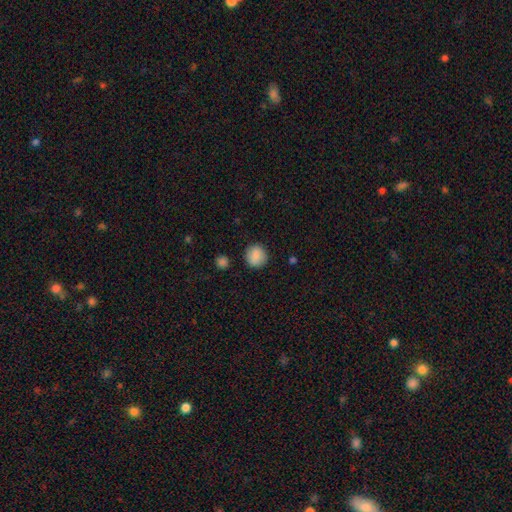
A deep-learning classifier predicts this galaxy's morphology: Smooth or featured: smooth — 86% (star or artifact — 8%)
How rounded: round — 86% (in between — 13%)
Merging: none — 87% (minor disturbance — 9%)